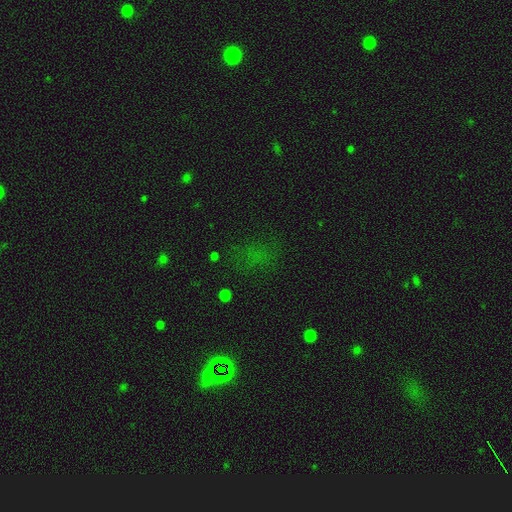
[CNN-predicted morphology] Smooth or featured? star or artifact (50%)